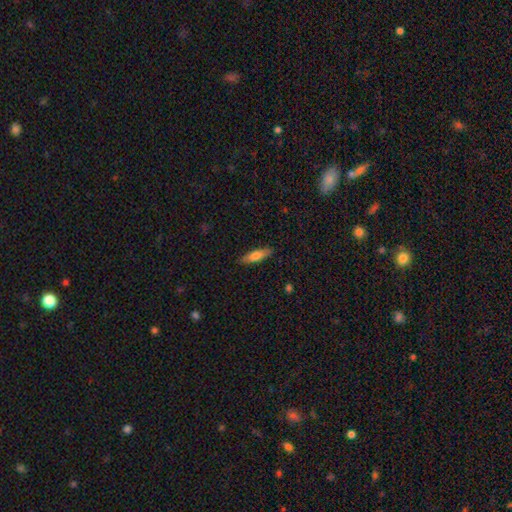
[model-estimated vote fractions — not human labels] Smooth or featured? Predicted: smooth (p=0.70). How rounded? Predicted: cigar-shaped (p=0.63). Merging? Predicted: none (p=0.88).